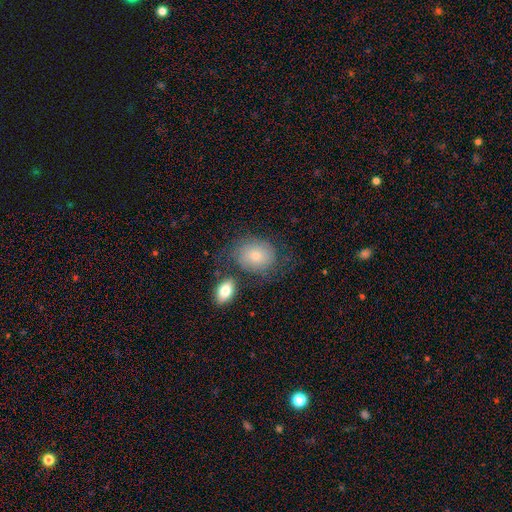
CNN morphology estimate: type=smooth (65%); roundness=round (50%); merging=none (58%).